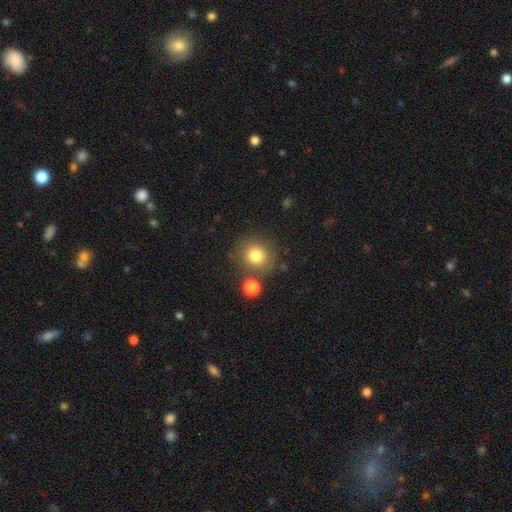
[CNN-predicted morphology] This appears to be a smooth galaxy with no disk features (79%) that is round (87%). Merging: none (76%).